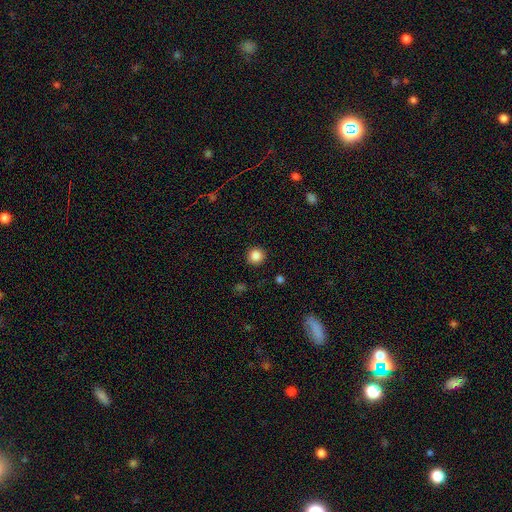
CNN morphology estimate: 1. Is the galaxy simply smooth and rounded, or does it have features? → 86% smooth, 11% star or artifact, 3% featured or disk.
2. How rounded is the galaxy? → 94% round, 5% in between, 1% cigar-shaped.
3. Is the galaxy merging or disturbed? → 92% none, 5% minor disturbance, 2% major disturbance, 1% merger.